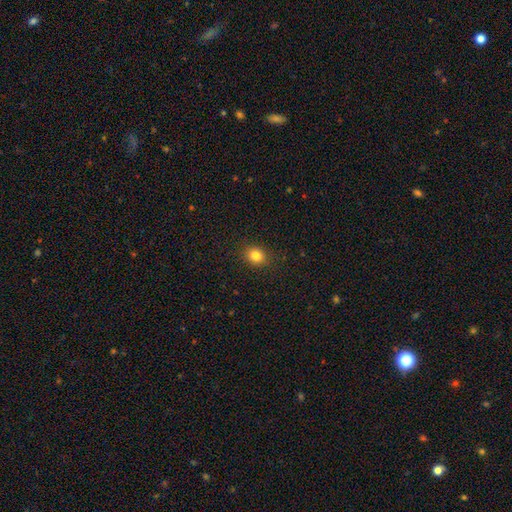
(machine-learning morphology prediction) Smooth or featured?
  - smooth: 83% *
  - star or artifact: 12%
  - featured or disk: 6%
How rounded?
  - round: 70% *
  - in between: 30%
  - cigar-shaped: 1%
Merging?
  - none: 90% *
  - minor disturbance: 7%
  - major disturbance: 2%
  - merger: 1%